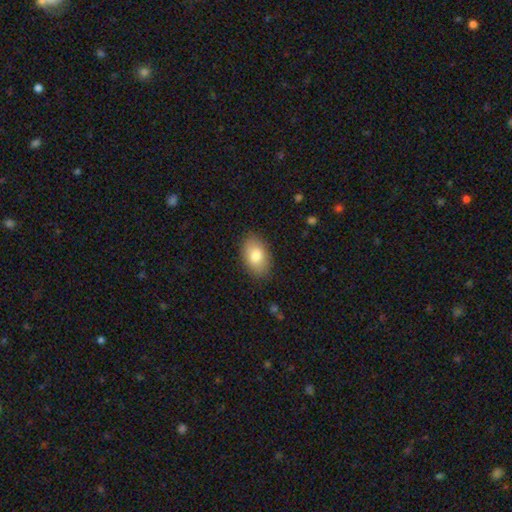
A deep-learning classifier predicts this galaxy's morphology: The model was most divided on "smooth or featured": smooth: 80%, featured or disk: 13%, star or artifact: 7%. More confident: how rounded — in between (91%); merging — none (85%).